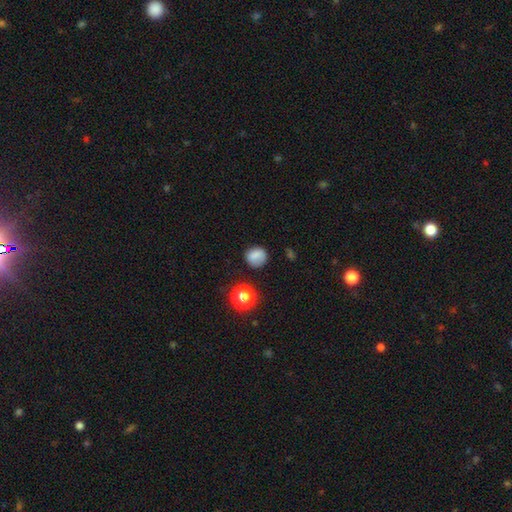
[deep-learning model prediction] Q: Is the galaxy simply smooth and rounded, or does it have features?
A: smooth — 80%.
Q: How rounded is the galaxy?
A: round — 80%.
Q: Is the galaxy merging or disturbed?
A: none — 76%.